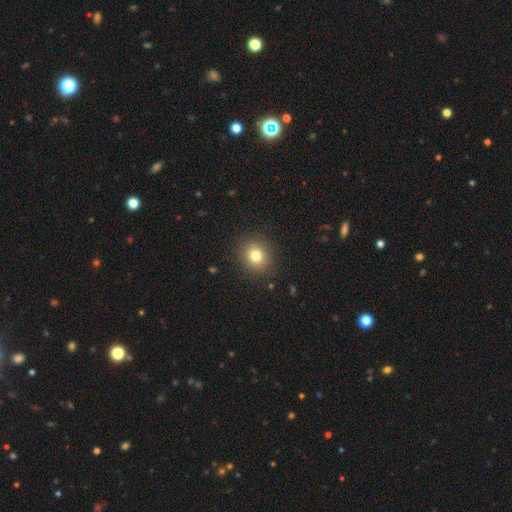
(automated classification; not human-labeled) A smooth galaxy with no disk features (79%) that is round (78%). Merging: none (88%).